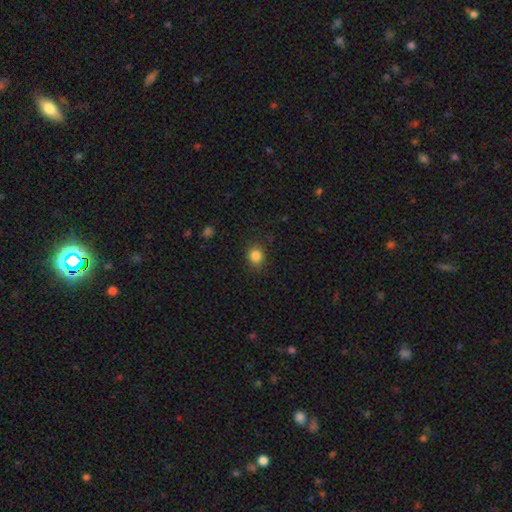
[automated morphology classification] Smooth or featured? Predicted: smooth (p=0.85). How rounded? Predicted: round (p=0.74). Merging? Predicted: none (p=0.85).